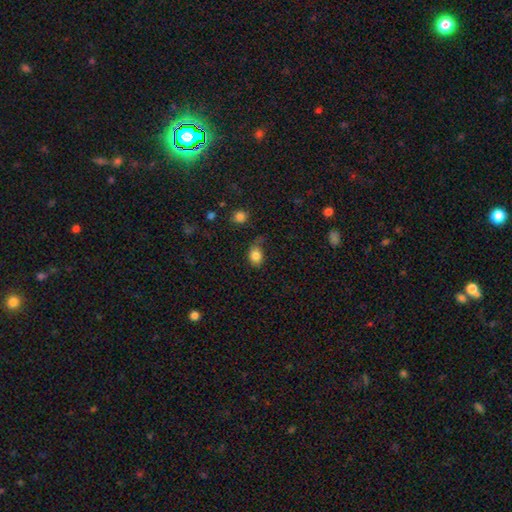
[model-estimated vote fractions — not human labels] A smooth galaxy with no disk features (83%) that is in between round and cigar-shaped (66%).

Vote fractions:
- Smooth or featured? smooth: 83% / star or artifact: 9% / featured or disk: 7%
- How rounded? in between: 66% / round: 33% / cigar-shaped: 1%
- Merging? none: 56% / minor disturbance: 29% / major disturbance: 10% / merger: 5%